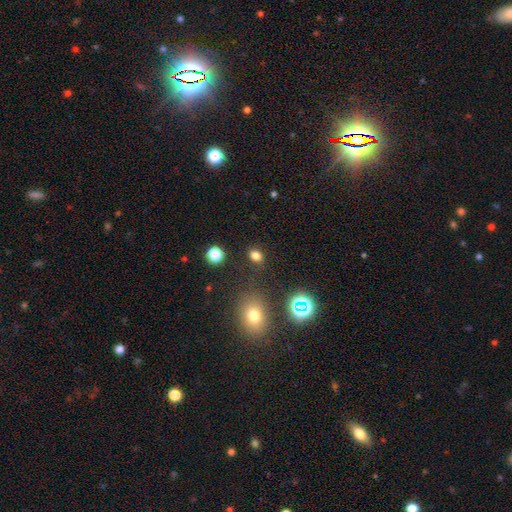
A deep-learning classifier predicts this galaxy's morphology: smooth 77%, star or artifact 18%, featured or disk 5%. Down the decision tree: how rounded — in between (58%); merging — none (81%).